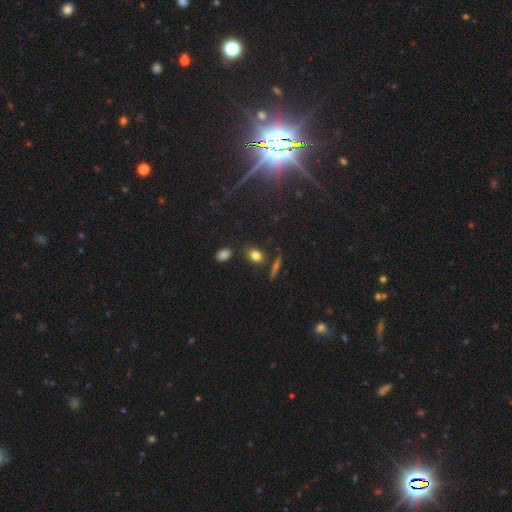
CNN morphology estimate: smooth 81%, star or artifact 11%, featured or disk 9%. Down the decision tree: how rounded — in between (71%); merging — none (79%).